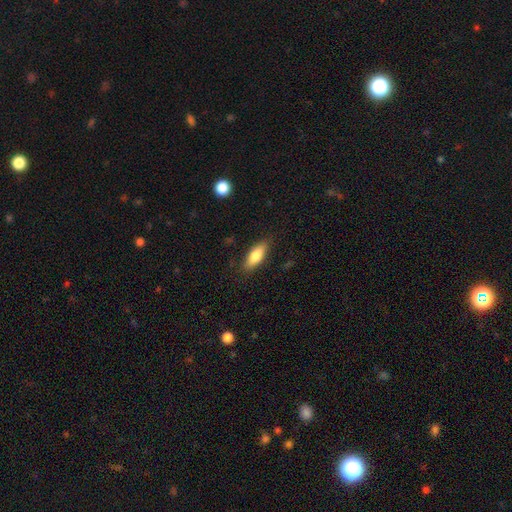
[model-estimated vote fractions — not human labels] A smooth galaxy with no disk features (79%) that is in between round and cigar-shaped (70%).

Vote fractions:
- Smooth or featured? smooth: 79% / featured or disk: 14% / star or artifact: 6%
- How rounded? in between: 70% / cigar-shaped: 28% / round: 2%
- Merging? none: 84% / minor disturbance: 12% / major disturbance: 3% / merger: 1%